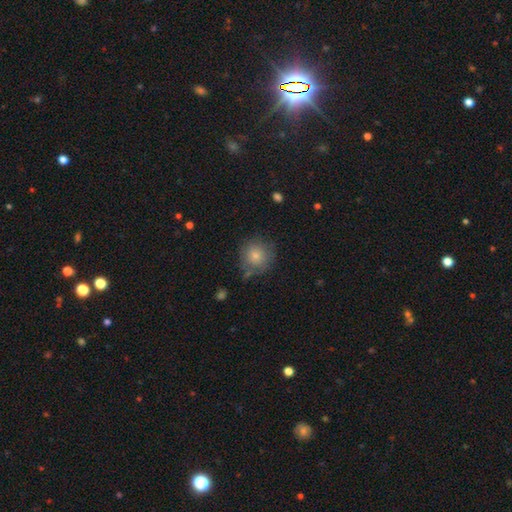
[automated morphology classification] smooth-or-featured: smooth: 80% | featured or disk: 12% | star or artifact: 9%
  how-rounded: round: 91% | in between: 8% | cigar-shaped: 1%
  merging: none: 68% | minor disturbance: 20% | major disturbance: 7% | merger: 5%